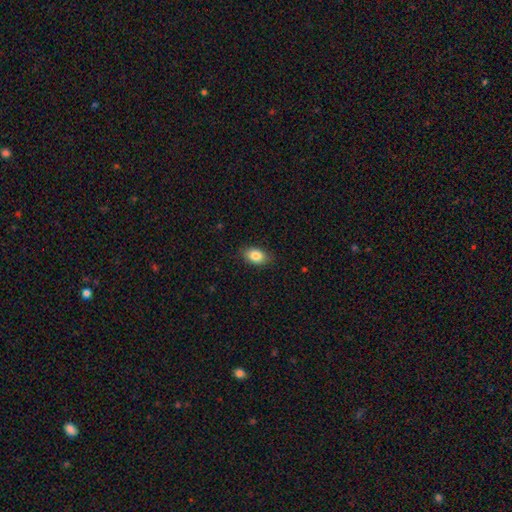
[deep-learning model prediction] Q: Smooth or featured?
A: smooth (85%); runner-up: star or artifact (8%)
Q: How rounded?
A: in between (86%); runner-up: round (12%)
Q: Merging?
A: none (85%); runner-up: minor disturbance (11%)